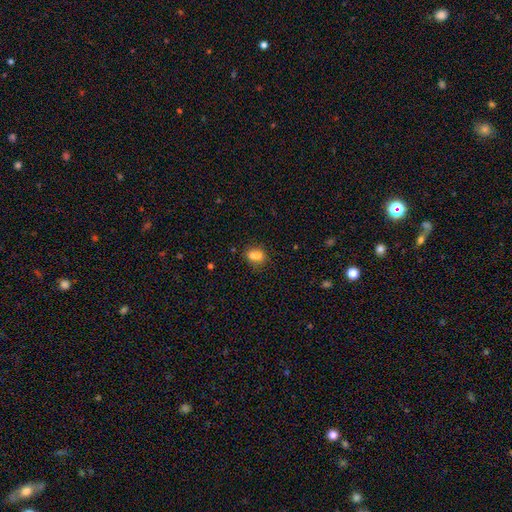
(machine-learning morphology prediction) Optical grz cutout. It shows a smooth galaxy with no disk features (74%) that is in between round and cigar-shaped (49%, tied with round). Merging: merger (46%).